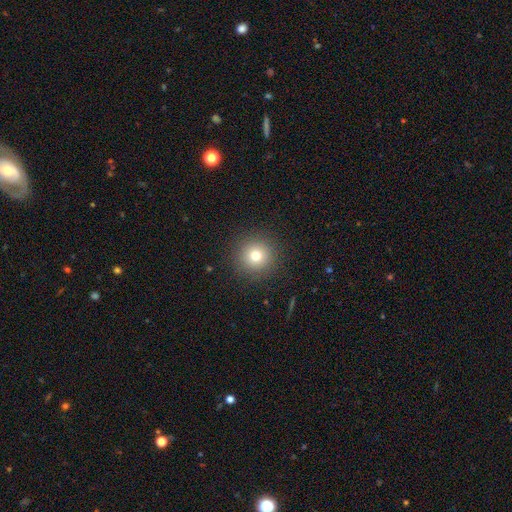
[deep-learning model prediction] smooth 76%, star or artifact 14%, featured or disk 10%. Down the decision tree: how rounded — round (96%); merging — none (91%).